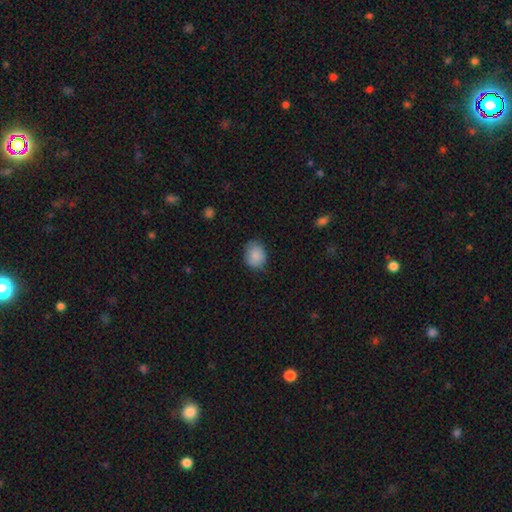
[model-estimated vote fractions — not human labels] Smooth or featured: smooth — 87% (star or artifact — 7%)
How rounded: round — 52% (in between — 47%)
Merging: none — 77% (minor disturbance — 19%)